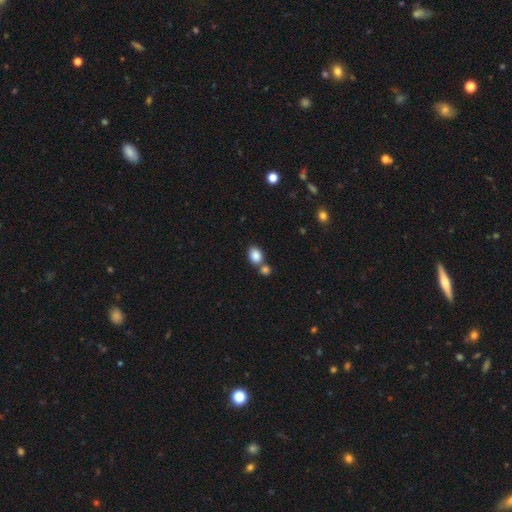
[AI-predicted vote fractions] smooth_or_featured: smooth (p=0.86) [alt: star or artifact p=0.09]
how_rounded: in between (p=0.69) [alt: round p=0.29]
merging: none (p=0.53) [alt: merger p=0.33]